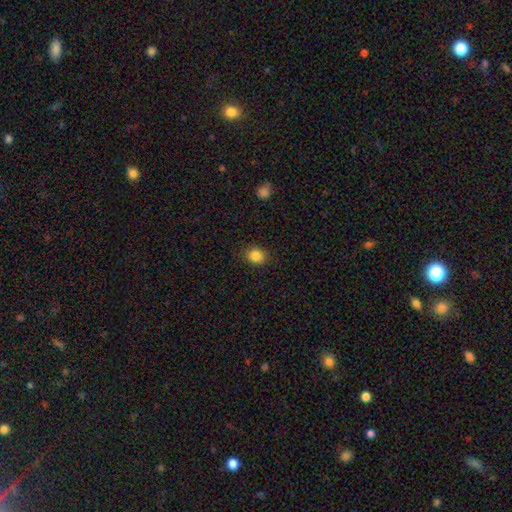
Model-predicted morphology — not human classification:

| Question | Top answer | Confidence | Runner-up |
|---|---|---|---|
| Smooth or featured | smooth | 85% | star or artifact (10%) |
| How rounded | round | 66% | in between (33%) |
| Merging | none | 89% | minor disturbance (8%) |